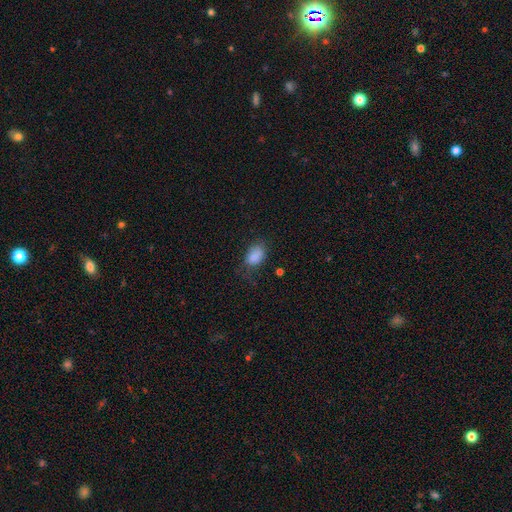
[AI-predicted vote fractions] A smooth galaxy with no disk features (85%) that is in between round and cigar-shaped (87%).

Vote fractions:
- Smooth or featured? smooth: 85% / star or artifact: 9% / featured or disk: 6%
- How rounded? in between: 87% / round: 12% / cigar-shaped: 1%
- Merging? none: 58% / minor disturbance: 28% / major disturbance: 12% / merger: 2%